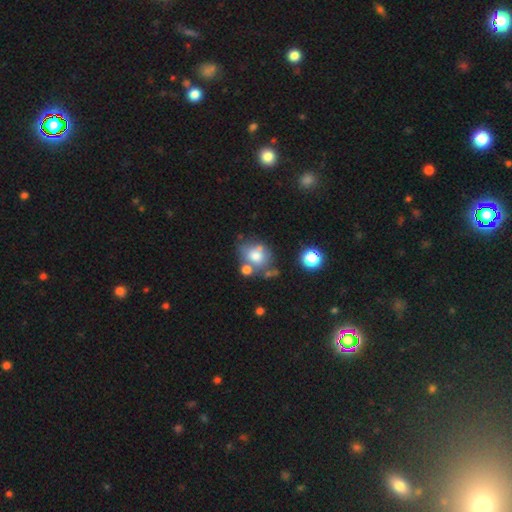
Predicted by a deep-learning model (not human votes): This appears to be a smooth galaxy with no disk features (69%) that is round (61%). Merging: none (49%).